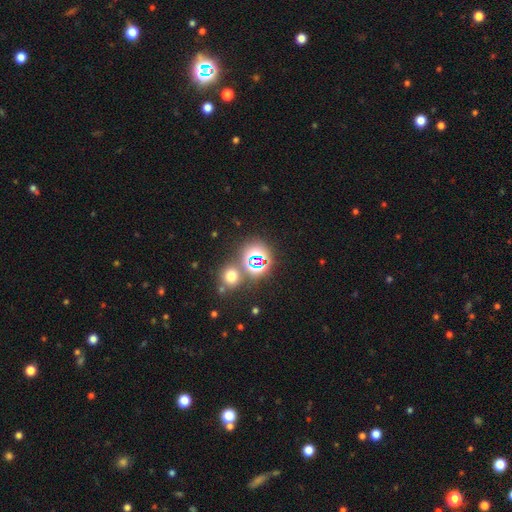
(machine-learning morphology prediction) This appears to be a star or artifact, not a galaxy (61%).